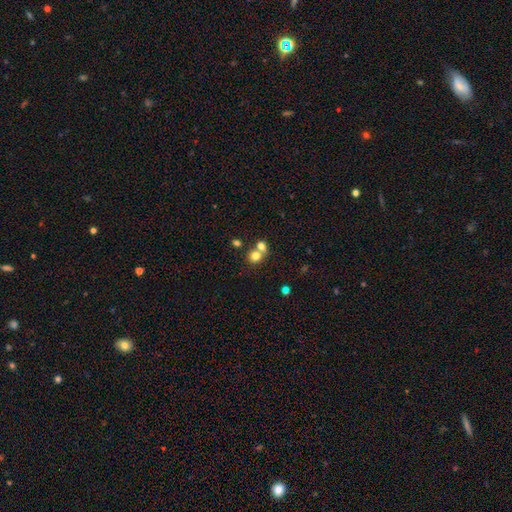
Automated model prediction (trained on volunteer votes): Smooth or featured: smooth — 76% (star or artifact — 13%)
How rounded: round — 80% (in between — 19%)
Merging: merger — 50% (none — 41%)